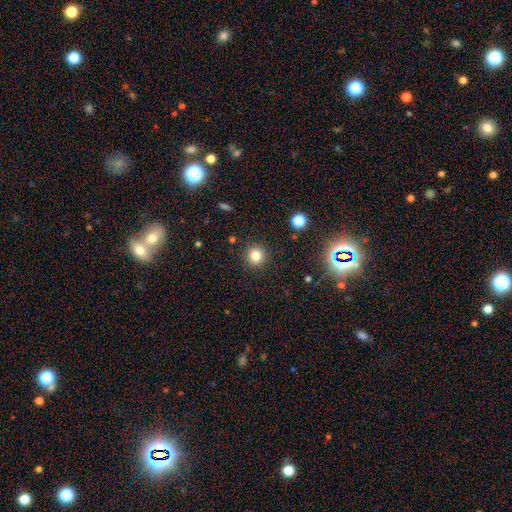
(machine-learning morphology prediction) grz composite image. It shows a smooth galaxy with no disk features (81%) that is round (94%). Merging: none (91%).